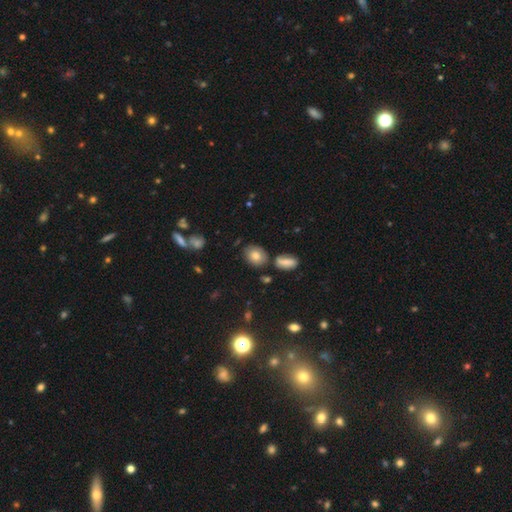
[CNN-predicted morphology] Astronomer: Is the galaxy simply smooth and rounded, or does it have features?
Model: smooth — 76%.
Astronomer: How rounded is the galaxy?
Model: in between — 55% (runner-up: round, 43%).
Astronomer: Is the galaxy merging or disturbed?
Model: none — 73%.